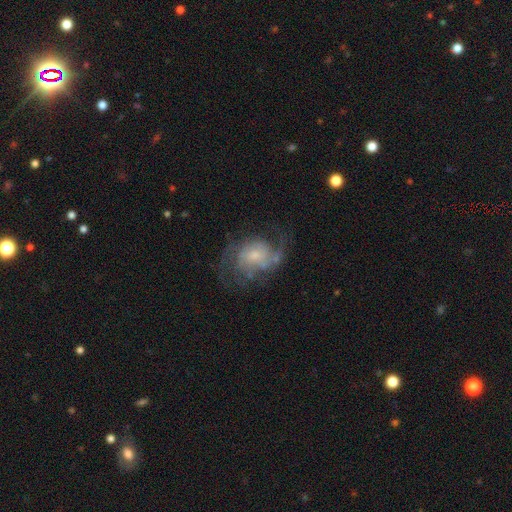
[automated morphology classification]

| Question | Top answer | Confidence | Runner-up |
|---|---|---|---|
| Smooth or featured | featured or disk | 72% | smooth (20%) |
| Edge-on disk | no | 97% | yes (3%) |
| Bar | no | 68% | weak (28%) |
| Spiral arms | yes | 84% | no (16%) |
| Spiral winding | medium | 44% | loose (30%) |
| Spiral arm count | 2 | 34% | tied: can't tell (34%) |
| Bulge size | small | 59% | moderate (28%) |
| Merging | none | 52% | major disturbance (25%) |